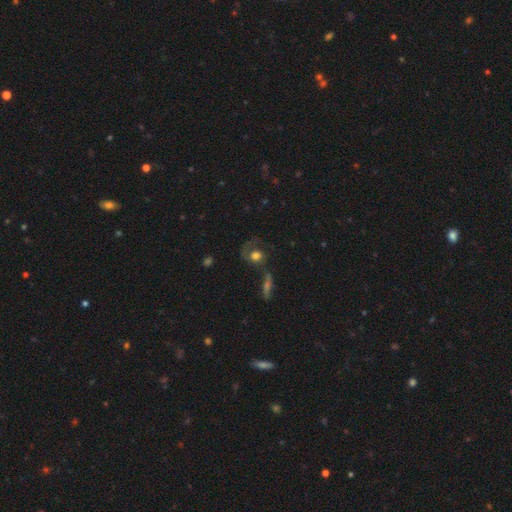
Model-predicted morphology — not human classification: Overall: smooth (48%; featured or disk 41%). Merging: none (39%; major disturbance 33%).